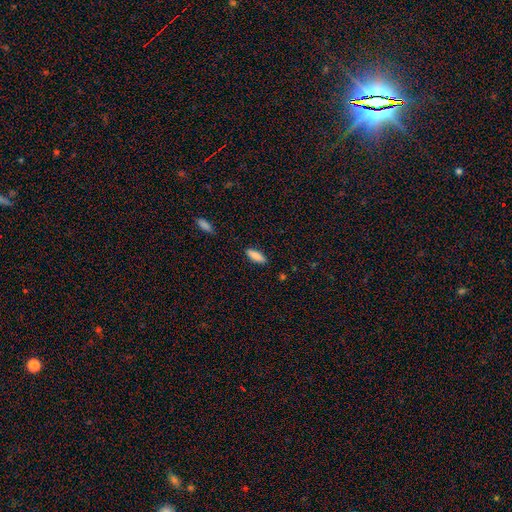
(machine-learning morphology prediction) A smooth galaxy with no disk features (86%) that is in between round and cigar-shaped (56%). Merging: none (86%).